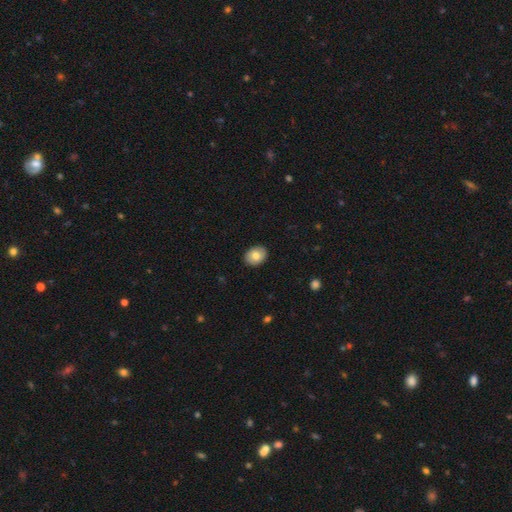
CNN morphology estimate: smooth 80%, featured or disk 13%, star or artifact 8%. Down the decision tree: how rounded — in between (59%); merging — none (90%).